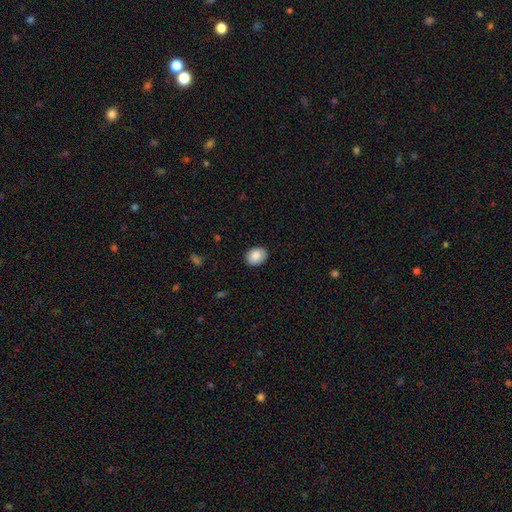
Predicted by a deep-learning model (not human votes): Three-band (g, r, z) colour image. It shows a smooth galaxy with no disk features (87%) that is in between round and cigar-shaped (54%). Merging: none (88%).